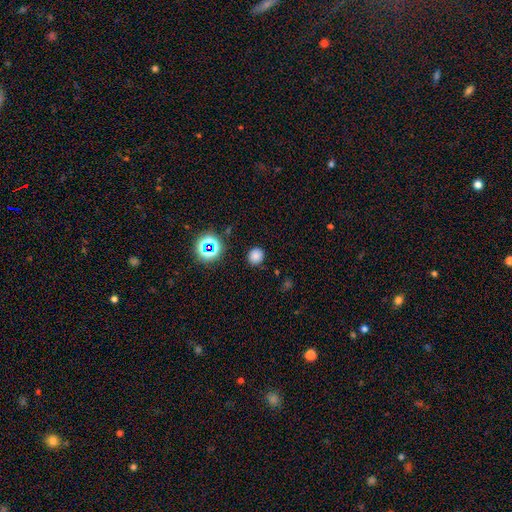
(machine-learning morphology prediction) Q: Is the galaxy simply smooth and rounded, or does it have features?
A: smooth — 75%.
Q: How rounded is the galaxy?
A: round — 88%.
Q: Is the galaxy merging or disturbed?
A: none — 88%.